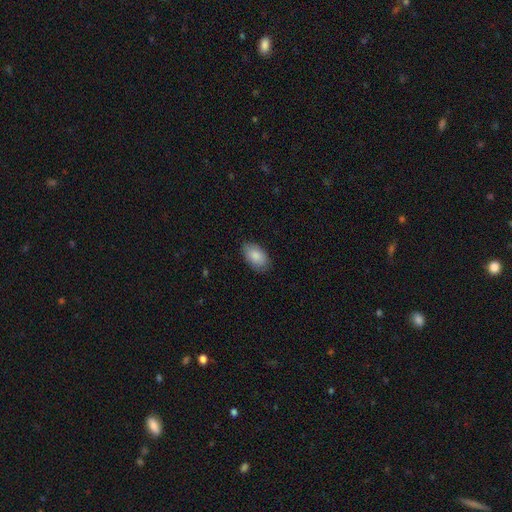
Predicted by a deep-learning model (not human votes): The model was most divided on "merging": none: 84%, minor disturbance: 12%, major disturbance: 2%, merger: 1%. More confident: how rounded — in between (94%); smooth or featured — smooth (87%).